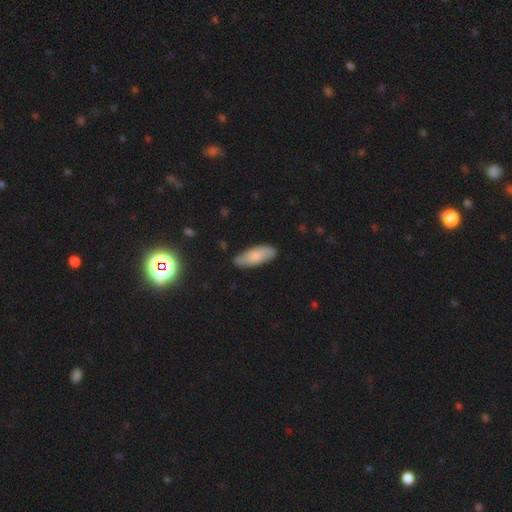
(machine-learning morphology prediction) This is likely a smooth galaxy (78%). How rounded: likely in between (74%). Merging: clearly none (81%).